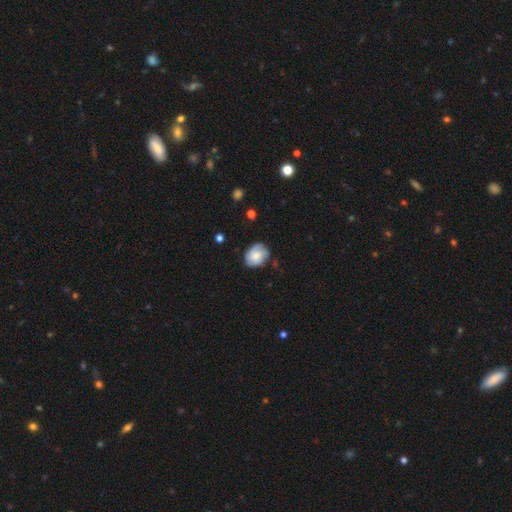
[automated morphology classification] type=smooth (62%); roundness=in between (51%); merging=none (69%).